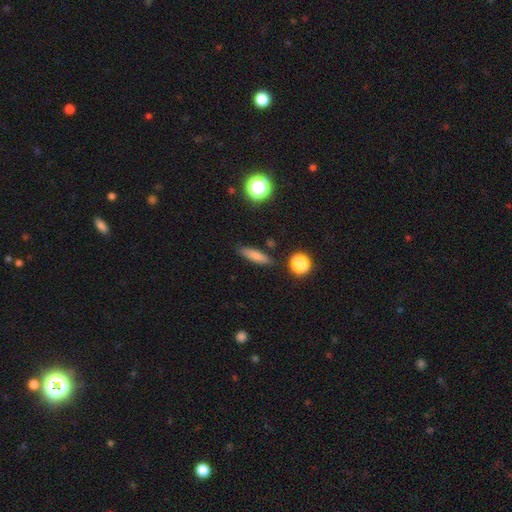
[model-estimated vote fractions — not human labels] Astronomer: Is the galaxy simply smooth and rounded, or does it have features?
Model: smooth — 75%.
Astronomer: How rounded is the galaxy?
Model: cigar-shaped — 65%.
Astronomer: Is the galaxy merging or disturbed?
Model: none — 85%.